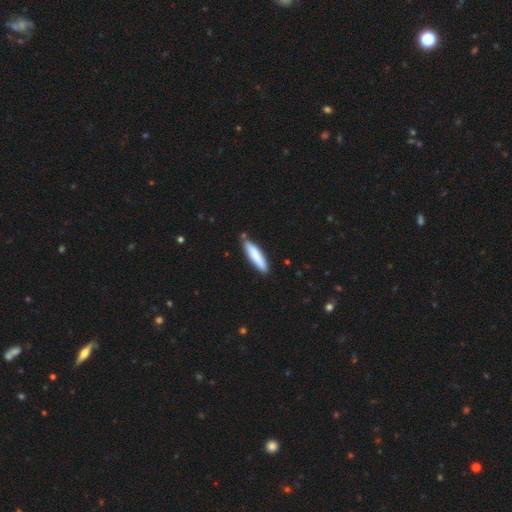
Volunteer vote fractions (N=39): Morphology: type=smooth (85%); roundness=cigar-shaped (91%); merging=none (89%).